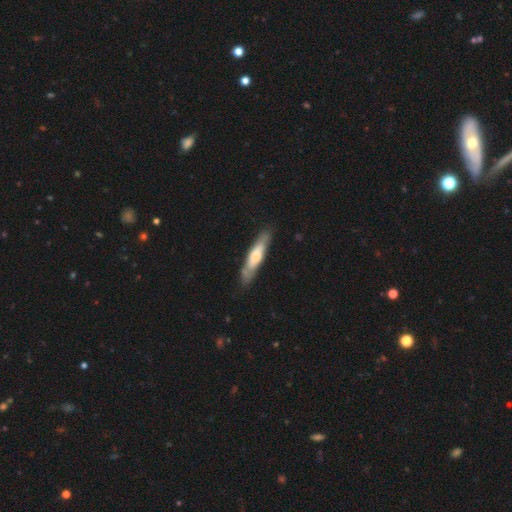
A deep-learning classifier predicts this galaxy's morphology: This is possibly a smooth galaxy (53%). How rounded: clearly cigar-shaped (81%). Merging: likely none (77%).